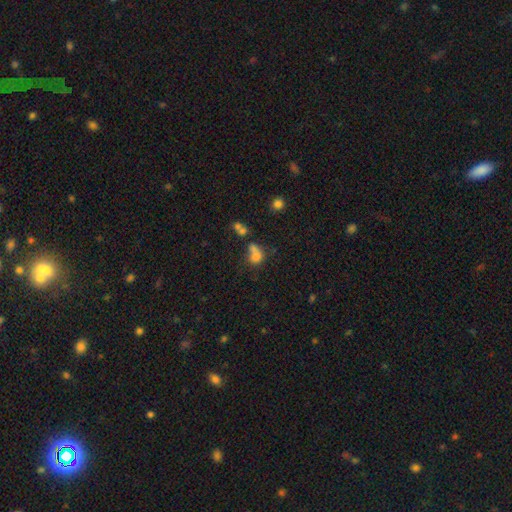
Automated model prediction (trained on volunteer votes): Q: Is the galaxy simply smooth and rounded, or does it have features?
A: smooth — 70%.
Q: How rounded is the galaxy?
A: round — 62%.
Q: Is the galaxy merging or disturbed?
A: merger — 53%.